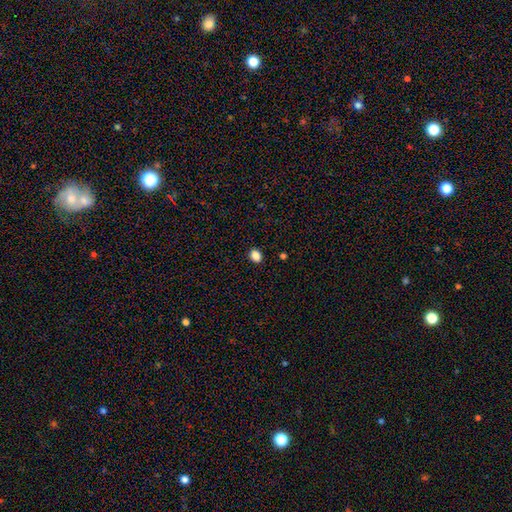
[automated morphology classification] Smooth or featured: smooth — 86% (star or artifact — 11%)
How rounded: in between — 56% (round — 43%)
Merging: none — 91% (minor disturbance — 6%)